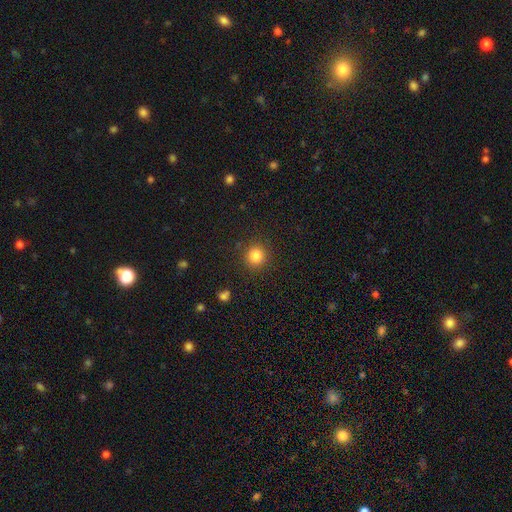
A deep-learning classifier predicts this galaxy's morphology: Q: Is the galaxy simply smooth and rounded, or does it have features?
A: smooth — 83%.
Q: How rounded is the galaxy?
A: round — 92%.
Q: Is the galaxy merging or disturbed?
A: none — 90%.